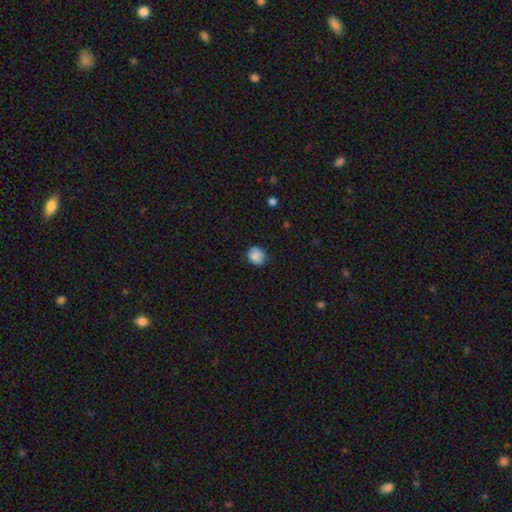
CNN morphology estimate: A smooth galaxy with no disk features (84%) that is round (71%). Merging: none (75%).